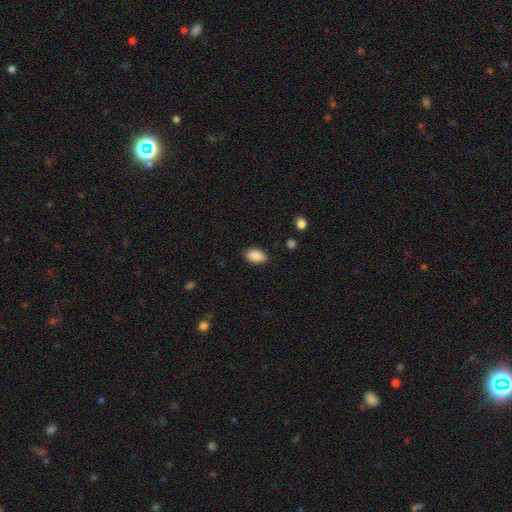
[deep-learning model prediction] This appears to be a smooth galaxy with no disk features (90%) that is in between round and cigar-shaped (92%). Merging: none (87%).